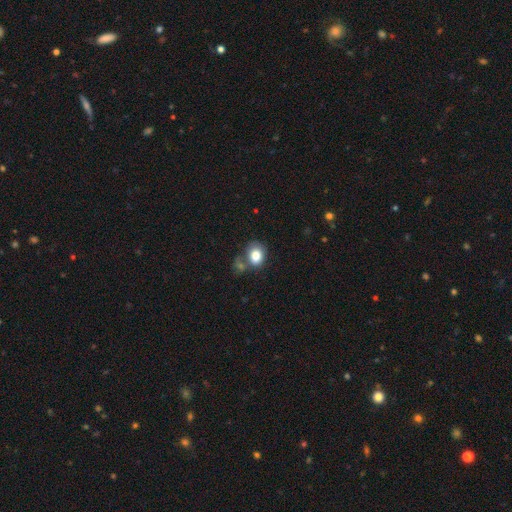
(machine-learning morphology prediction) A smooth galaxy with no disk features (82%) that is in between round and cigar-shaped (52%). Merging: none (54%).